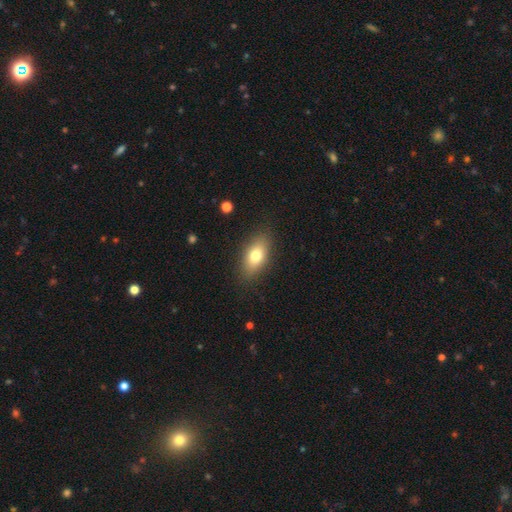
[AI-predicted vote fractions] Smooth or featured?
  - smooth: 76% *
  - featured or disk: 16%
  - star or artifact: 8%
How rounded?
  - in between: 85% *
  - cigar-shaped: 8%
  - round: 7%
Merging?
  - none: 85% *
  - minor disturbance: 11%
  - major disturbance: 3%
  - merger: 1%